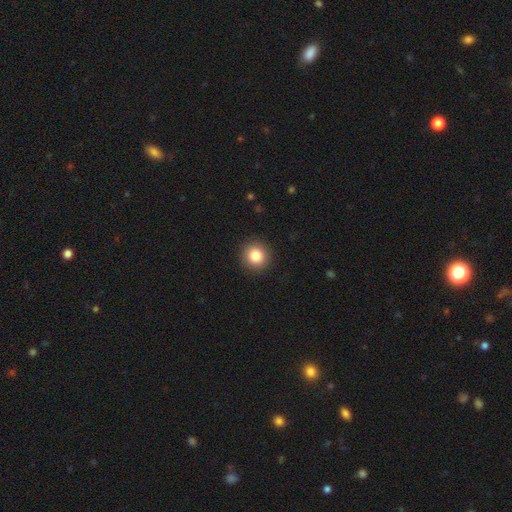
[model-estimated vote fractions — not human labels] Smooth or featured? Predicted: smooth (p=0.85). How rounded? Predicted: round (p=0.92). Merging? Predicted: none (p=0.92).